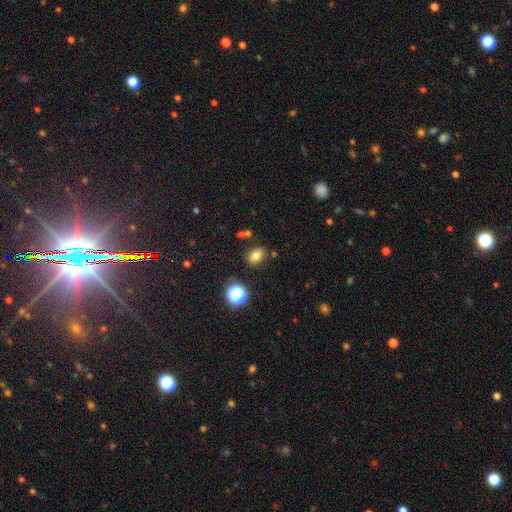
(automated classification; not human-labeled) This appears to be a smooth galaxy with no disk features (77%) that is in between round and cigar-shaped (61%). Merging: none (82%).